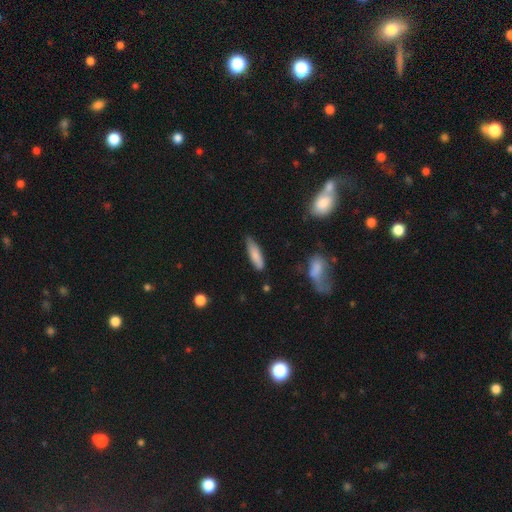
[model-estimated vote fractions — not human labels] Smooth or featured? smooth (81%)
How rounded? cigar-shaped (61%)
Merging? none (70%)